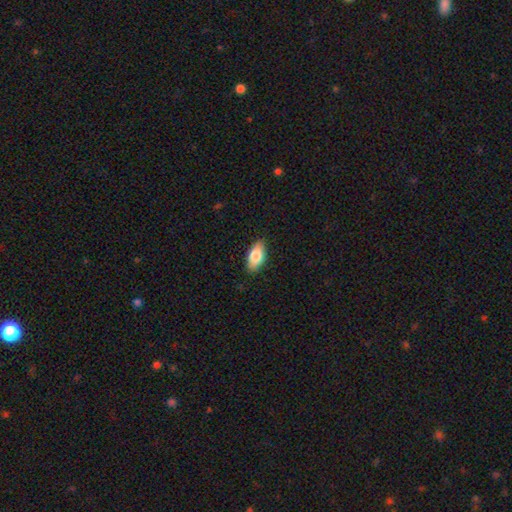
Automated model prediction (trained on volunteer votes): The model was most divided on "smooth or featured": smooth: 83%, featured or disk: 11%, star or artifact: 6%. More confident: how rounded — in between (92%); merging — none (86%).